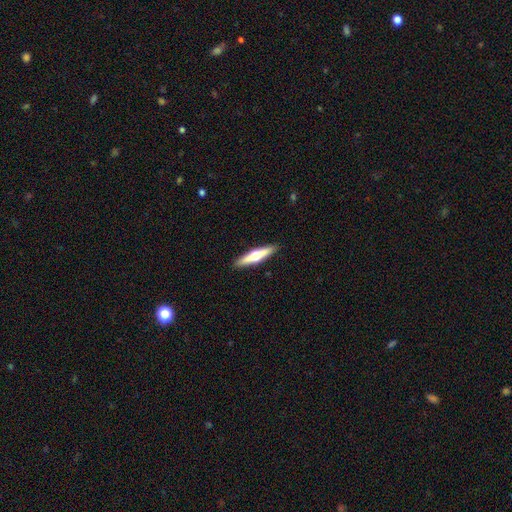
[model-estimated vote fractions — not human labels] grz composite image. It shows a featured or disk galaxy (57%) viewed edge-on (95%) with a rounded central bulge (94%). Merging: none (91%).